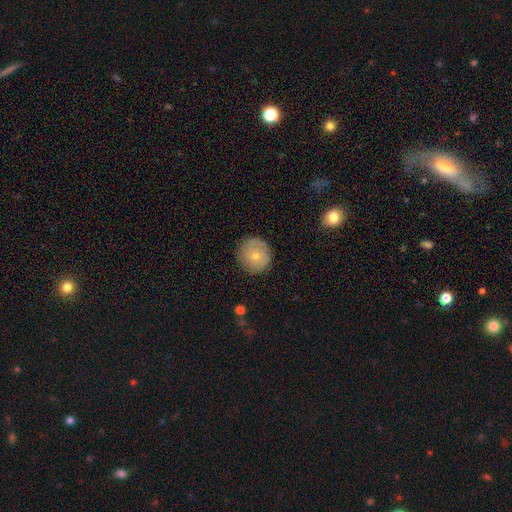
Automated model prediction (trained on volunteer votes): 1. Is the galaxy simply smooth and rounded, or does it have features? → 70% smooth, 22% featured or disk, 8% star or artifact.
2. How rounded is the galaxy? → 89% round, 10% in between, 1% cigar-shaped.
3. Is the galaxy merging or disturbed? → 84% none, 12% minor disturbance, 3% major disturbance, 1% merger.